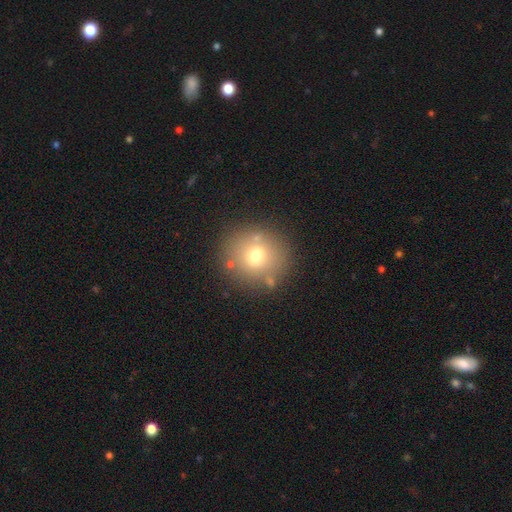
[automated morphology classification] smooth 70%, featured or disk 16%, star or artifact 14%. Down the decision tree: how rounded — round (87%); merging — none (81%).